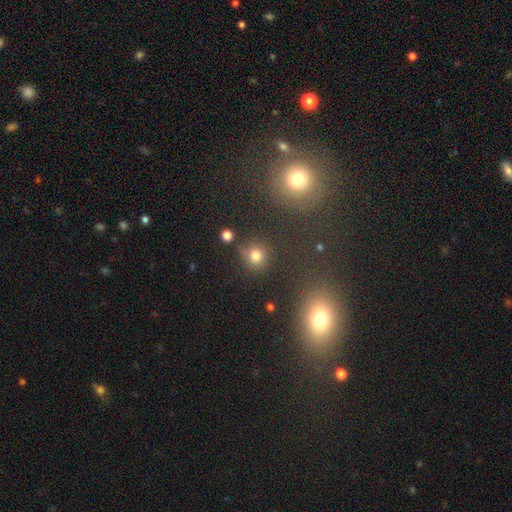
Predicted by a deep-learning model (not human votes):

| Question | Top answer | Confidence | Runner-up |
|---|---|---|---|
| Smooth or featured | smooth | 76% | star or artifact (17%) |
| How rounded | round | 89% | in between (10%) |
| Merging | none | 76% | minor disturbance (12%) |